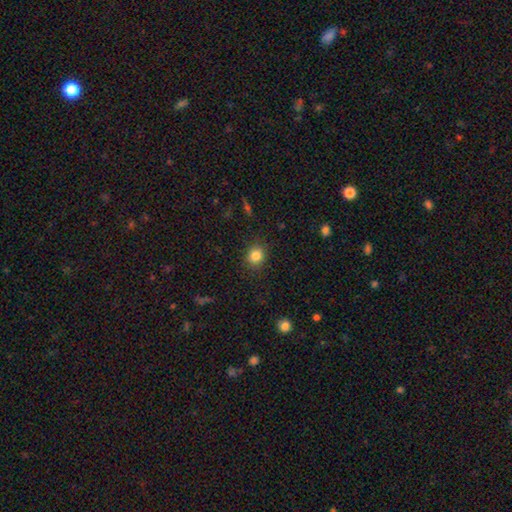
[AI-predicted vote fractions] Q: Smooth or featured?
A: smooth (83%); runner-up: star or artifact (11%)
Q: How rounded?
A: round (77%); runner-up: in between (22%)
Q: Merging?
A: none (88%); runner-up: minor disturbance (8%)